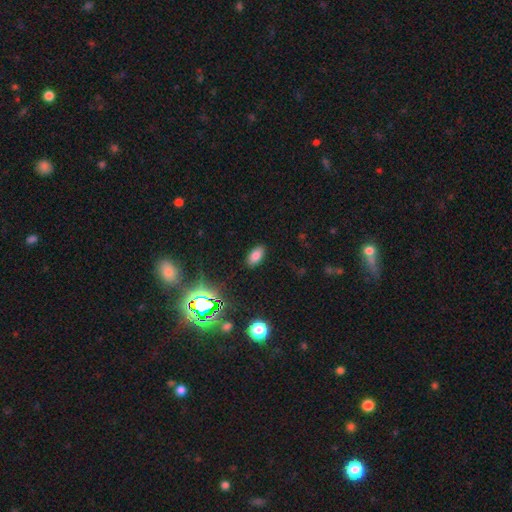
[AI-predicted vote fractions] smooth_or_featured: smooth (p=0.75) [alt: star or artifact p=0.17]
how_rounded: in between (p=0.93) [alt: round p=0.04]
merging: none (p=0.88) [alt: minor disturbance p=0.09]